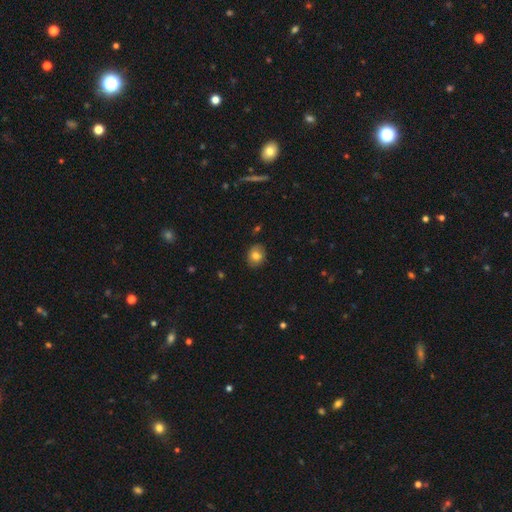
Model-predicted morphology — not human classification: smooth_or_featured: smooth (p=0.79) [alt: featured or disk p=0.11]
how_rounded: round (p=0.58) [alt: in between p=0.41]
merging: none (p=0.85) [alt: minor disturbance p=0.12]